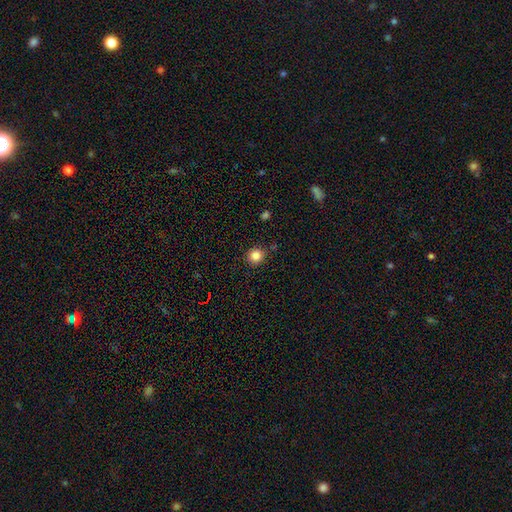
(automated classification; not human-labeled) Smooth or featured? smooth (84%)
How rounded? round (88%)
Merging? none (84%)